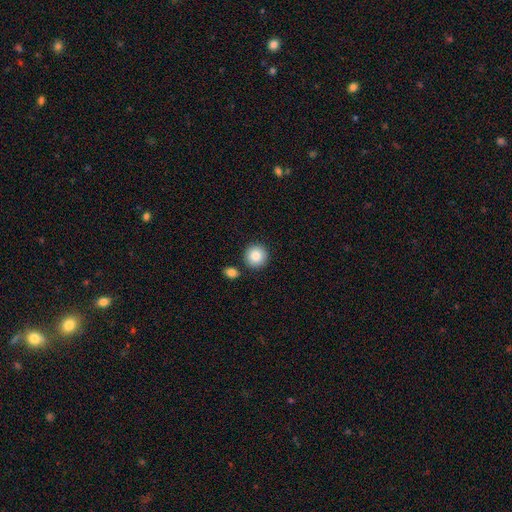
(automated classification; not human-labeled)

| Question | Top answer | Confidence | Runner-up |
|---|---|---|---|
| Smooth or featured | smooth | 87% | star or artifact (8%) |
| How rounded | round | 94% | in between (5%) |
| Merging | none | 85% | minor disturbance (7%) |